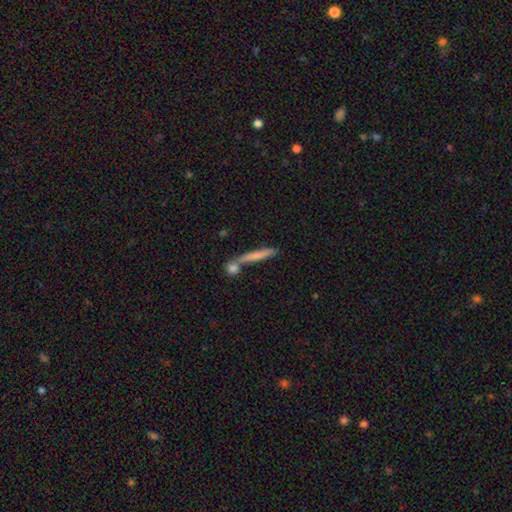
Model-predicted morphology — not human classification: smooth_or_featured: smooth (p=0.67) [alt: featured or disk p=0.26]
how_rounded: cigar-shaped (p=0.92) [alt: in between p=0.05]
merging: none (p=0.68) [alt: merger p=0.18]